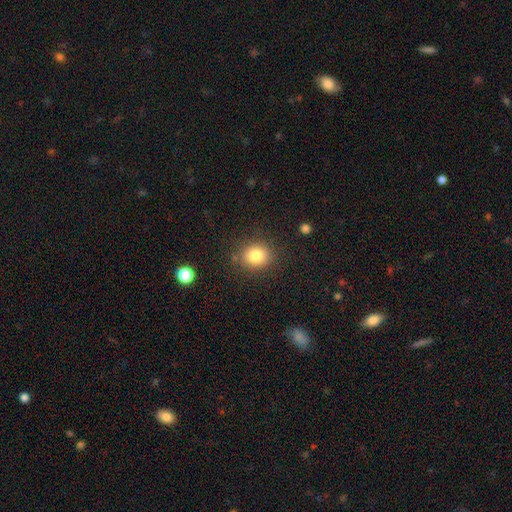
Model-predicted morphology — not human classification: Smooth or featured? Predicted: smooth (p=0.81). How rounded? Predicted: round (p=0.69). Merging? Predicted: none (p=0.85).